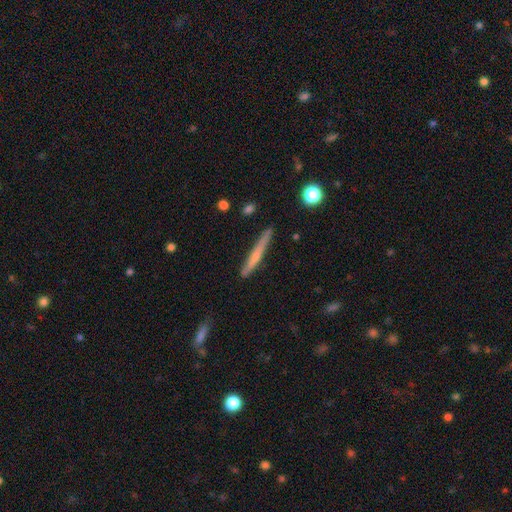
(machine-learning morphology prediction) Q: Smooth or featured?
A: smooth (54%); runner-up: featured or disk (40%)
Q: How rounded?
A: cigar-shaped (96%); runner-up: in between (3%)
Q: Merging?
A: none (84%); runner-up: minor disturbance (12%)